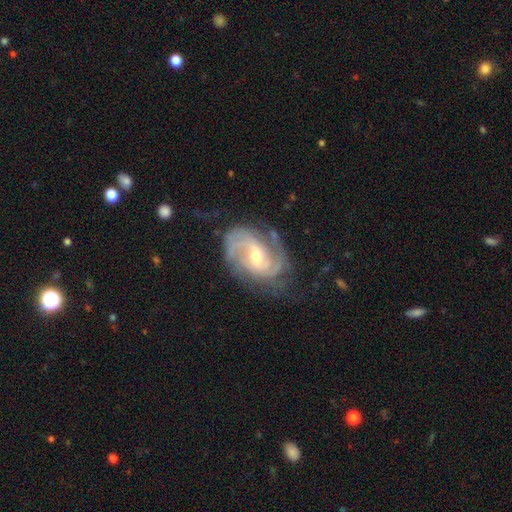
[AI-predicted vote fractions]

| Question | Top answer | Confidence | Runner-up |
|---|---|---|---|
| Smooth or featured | featured or disk | 89% | smooth (6%) |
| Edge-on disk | no | 97% | yes (3%) |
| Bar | weak | 54% | no (27%) |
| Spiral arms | yes | 97% | no (3%) |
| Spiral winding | medium | 44% | tight (42%) |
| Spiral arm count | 2 | 54% | 3 (17%) |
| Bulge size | moderate | 56% | small (39%) |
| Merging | none | 67% | minor disturbance (21%) |